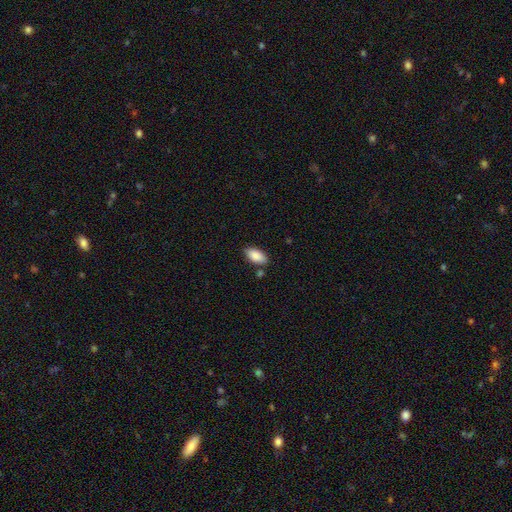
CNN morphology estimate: Smooth or featured? Predicted: smooth (p=0.88). How rounded? Predicted: in between (p=0.93). Merging? Predicted: none (p=0.80).